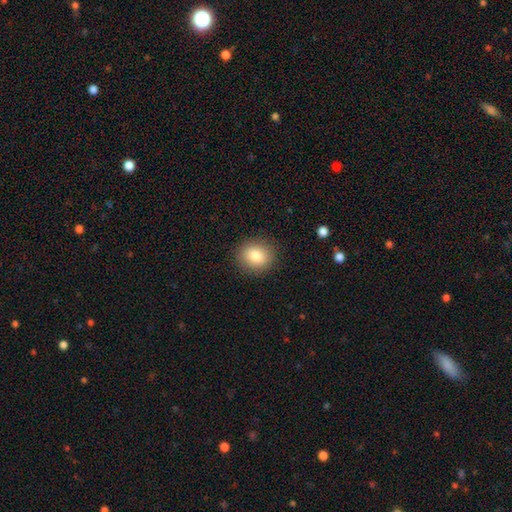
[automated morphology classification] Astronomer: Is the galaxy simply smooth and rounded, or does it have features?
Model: smooth — 83%.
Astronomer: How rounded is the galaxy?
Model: round — 78%.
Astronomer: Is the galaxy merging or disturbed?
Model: none — 89%.